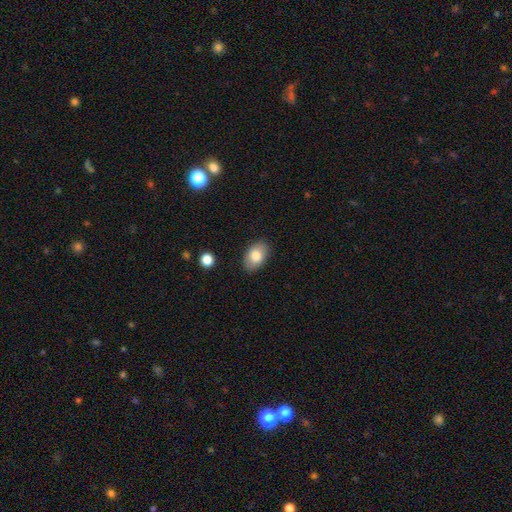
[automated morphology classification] A smooth galaxy with no disk features (81%) that is in between round and cigar-shaped (89%). Merging: none (86%).